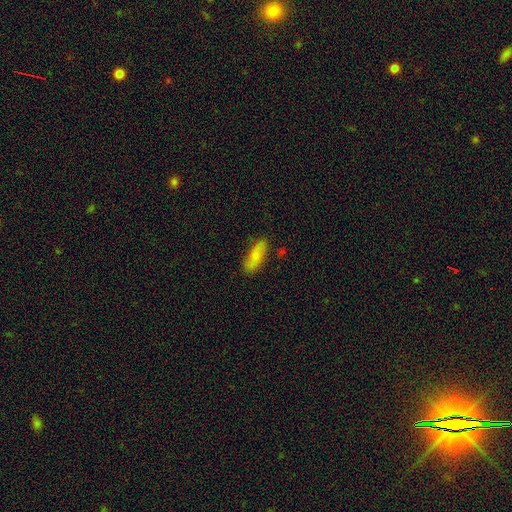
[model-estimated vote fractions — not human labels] The model was most divided on "how rounded": in between: 73%, cigar-shaped: 25%, round: 3%. More confident: merging — none (77%); smooth or featured — smooth (76%).